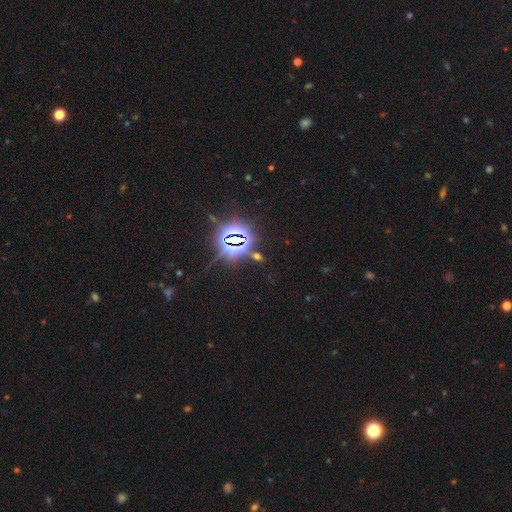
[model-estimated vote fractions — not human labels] star or artifact 84%, smooth 9%, featured or disk 7%.